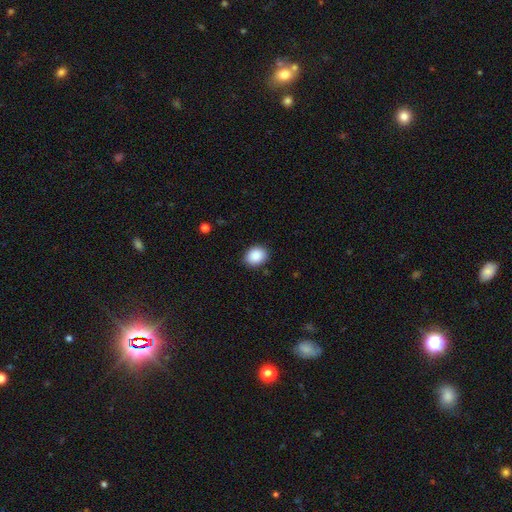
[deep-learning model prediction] This is clearly a smooth galaxy (88%). How rounded: possibly round (60%). Merging: clearly none (86%).